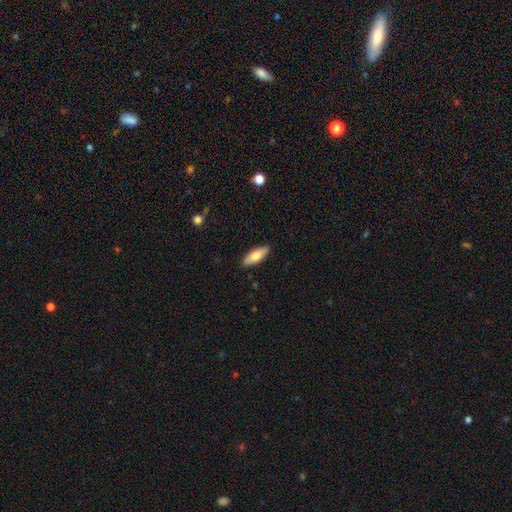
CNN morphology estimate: type=smooth (71%); roundness=in between (61%); merging=none (89%).